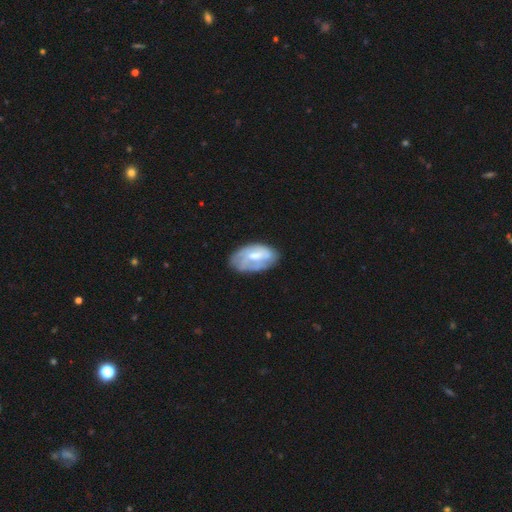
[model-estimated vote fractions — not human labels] This appears to be a featured or disk galaxy (53%). Merging: none (59%).